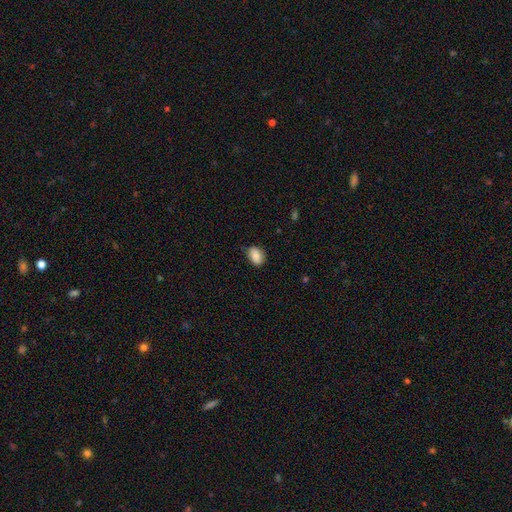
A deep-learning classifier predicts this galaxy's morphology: This appears to be a smooth galaxy with no disk features (87%) that is in between round and cigar-shaped (81%). Merging: none (72%).